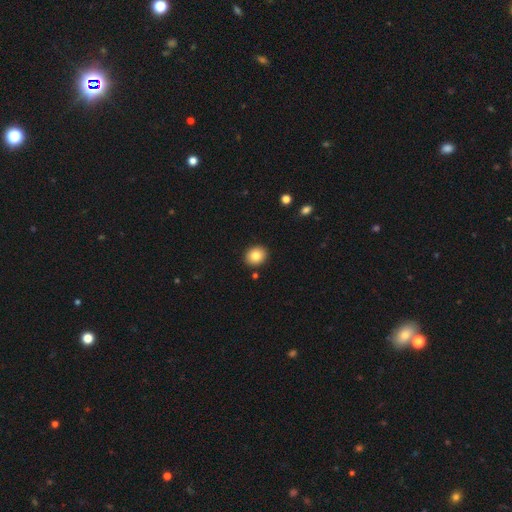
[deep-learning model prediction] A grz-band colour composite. It shows a smooth galaxy with no disk features (83%) that is round (67%). Merging: none (90%).